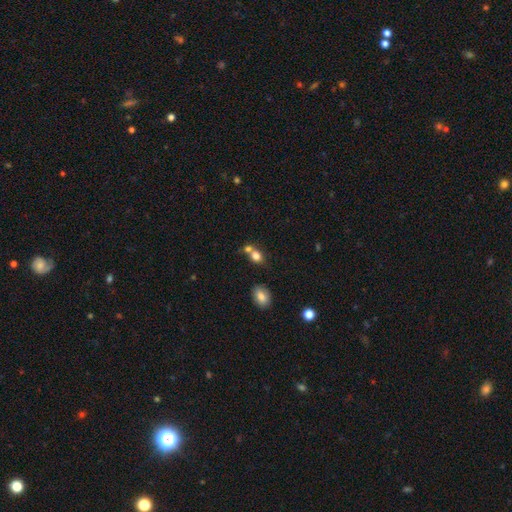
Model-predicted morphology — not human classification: smooth_or_featured: smooth (p=0.78) [alt: star or artifact p=0.11]
how_rounded: round (p=0.50) [alt: in between p=0.48]
merging: merger (p=0.48) [alt: none p=0.40]